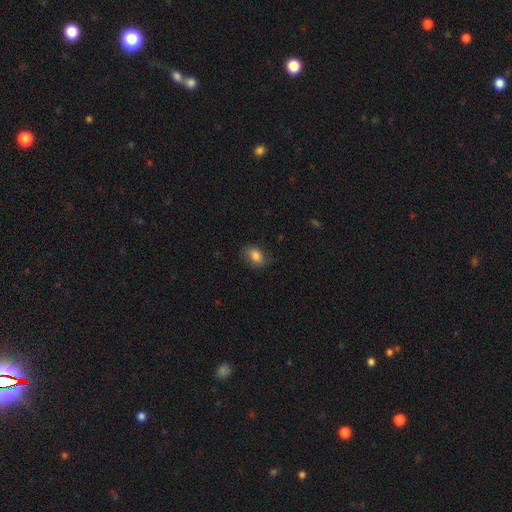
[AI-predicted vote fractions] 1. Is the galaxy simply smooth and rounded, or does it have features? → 83% smooth, 9% star or artifact, 8% featured or disk.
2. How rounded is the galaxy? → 76% in between, 22% round, 1% cigar-shaped.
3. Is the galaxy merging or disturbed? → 77% none, 17% minor disturbance, 5% major disturbance, 1% merger.